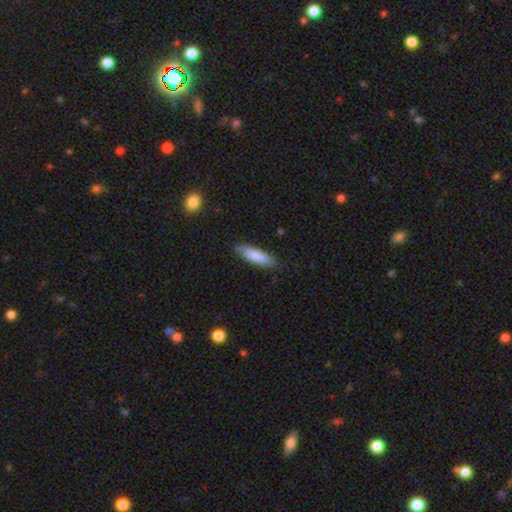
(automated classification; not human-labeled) Smooth or featured?
  - smooth: 83% *
  - featured or disk: 12%
  - star or artifact: 6%
How rounded?
  - cigar-shaped: 60% *
  - in between: 39%
  - round: 1%
Merging?
  - none: 82% *
  - minor disturbance: 14%
  - major disturbance: 2%
  - merger: 1%